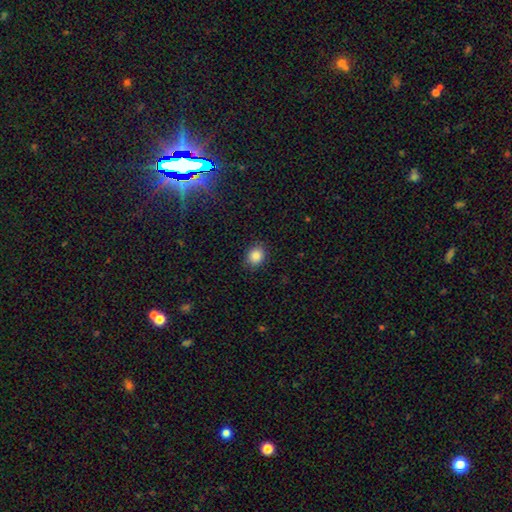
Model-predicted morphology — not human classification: This appears to be a smooth galaxy with no disk features (86%) that is round (62%). Merging: none (87%).